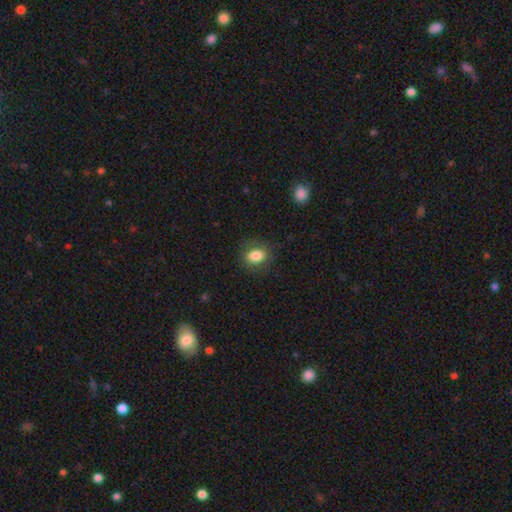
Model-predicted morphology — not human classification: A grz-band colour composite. It shows a smooth galaxy with no disk features (82%) that is in between round and cigar-shaped (58%). Merging: none (81%).